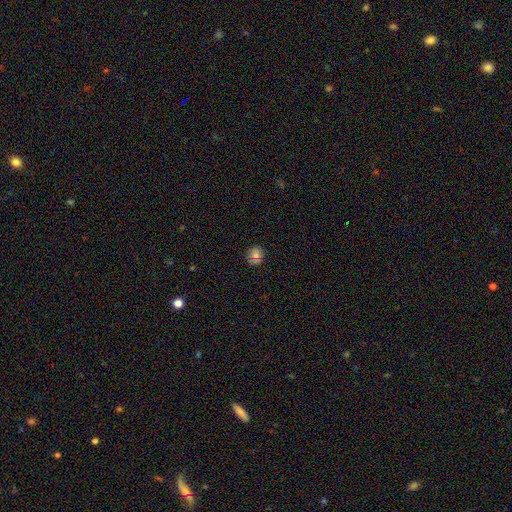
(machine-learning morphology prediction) Smooth or featured?
  - smooth: 72% *
  - star or artifact: 15%
  - featured or disk: 13%
How rounded?
  - round: 82% *
  - in between: 17%
  - cigar-shaped: 1%
Merging?
  - none: 81% *
  - minor disturbance: 14%
  - major disturbance: 3%
  - merger: 2%